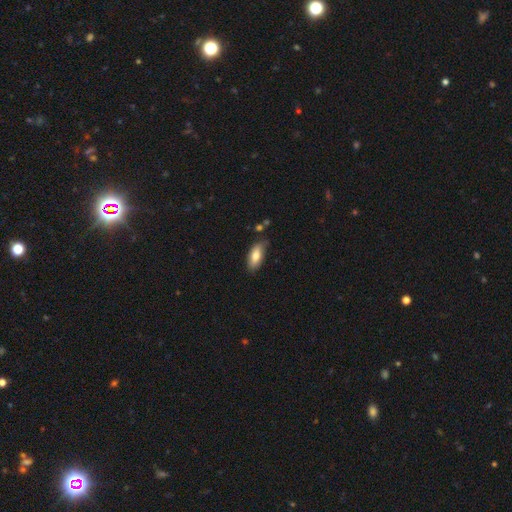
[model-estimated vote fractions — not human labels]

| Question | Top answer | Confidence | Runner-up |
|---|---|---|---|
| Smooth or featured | smooth | 77% | featured or disk (16%) |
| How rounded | in between | 81% | cigar-shaped (17%) |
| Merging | none | 72% | minor disturbance (21%) |